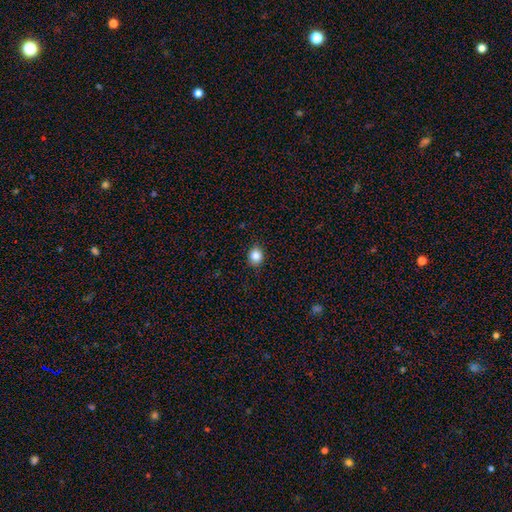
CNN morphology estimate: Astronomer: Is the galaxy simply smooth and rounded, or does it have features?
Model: smooth — 85%.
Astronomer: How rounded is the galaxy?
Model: round — 73%.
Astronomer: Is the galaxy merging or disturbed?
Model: none — 89%.